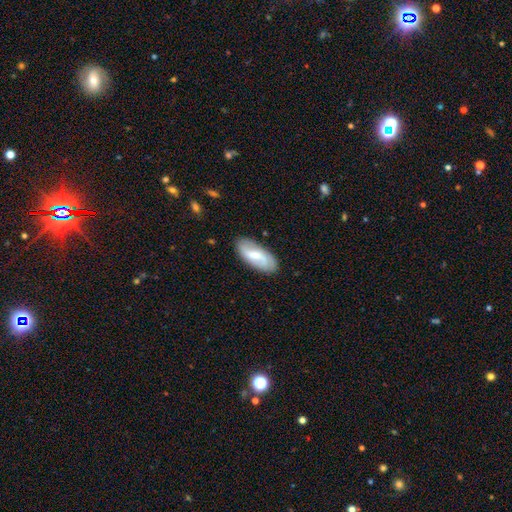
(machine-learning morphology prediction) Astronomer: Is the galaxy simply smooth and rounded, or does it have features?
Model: smooth — 47%, tied with featured or disk at 47%.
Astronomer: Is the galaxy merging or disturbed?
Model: none — 84%.